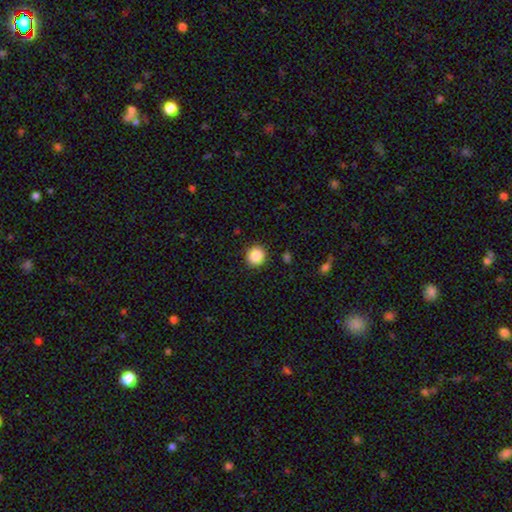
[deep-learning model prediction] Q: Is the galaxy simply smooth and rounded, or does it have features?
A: smooth — 87%.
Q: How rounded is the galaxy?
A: round — 93%.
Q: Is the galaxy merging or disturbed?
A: none — 91%.